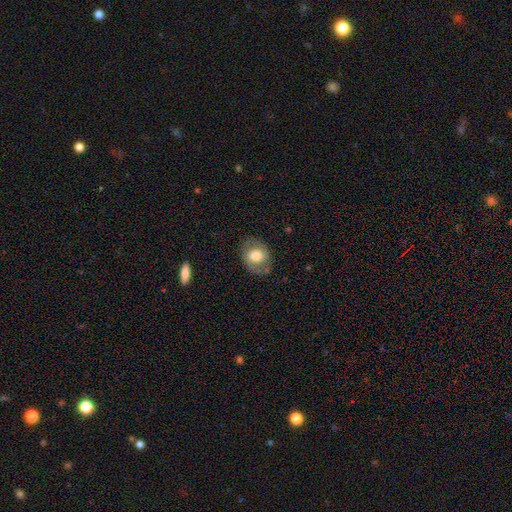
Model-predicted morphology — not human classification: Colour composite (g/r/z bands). It shows a smooth galaxy with no disk features (49%). Merging: none (75%).